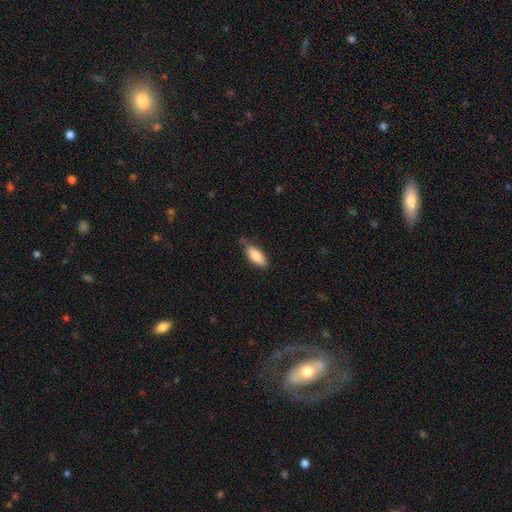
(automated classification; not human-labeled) smooth 84%, featured or disk 9%, star or artifact 6%. Down the decision tree: how rounded — in between (74%); merging — none (65%).